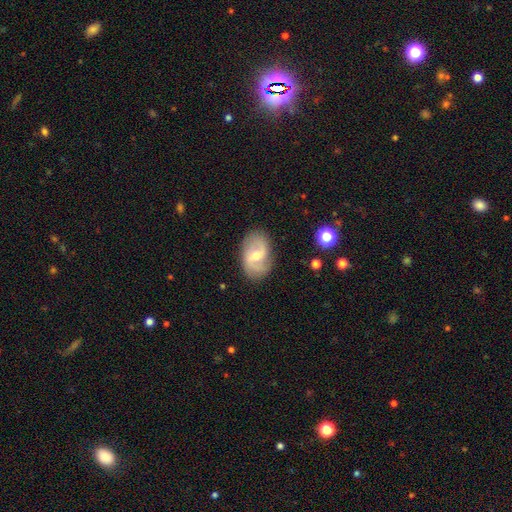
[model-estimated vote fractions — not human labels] This is likely a featured or disk galaxy (73%). It is clearly not viewed edge-on (96%). Bar: possibly weak (57%). Spiral arm pattern: clearly yes (90%). Spiral arm count: clearly 2 (83%). Spiral winding: possibly loose (46%). Central bulge: possibly moderate (54%). Merging: likely none (80%).